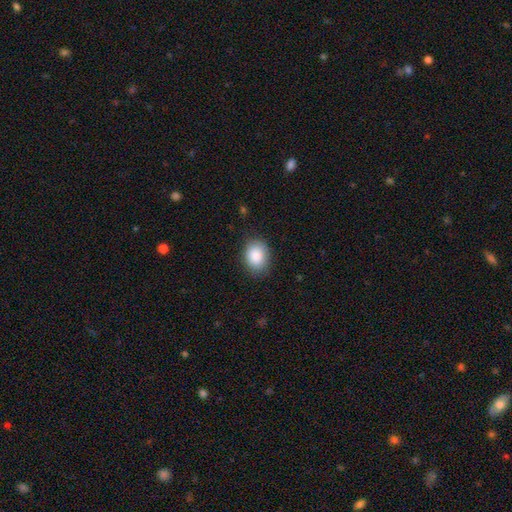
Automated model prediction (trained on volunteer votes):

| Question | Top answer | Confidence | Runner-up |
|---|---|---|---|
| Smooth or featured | smooth | 87% | star or artifact (7%) |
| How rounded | in between | 67% | round (32%) |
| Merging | none | 82% | minor disturbance (14%) |